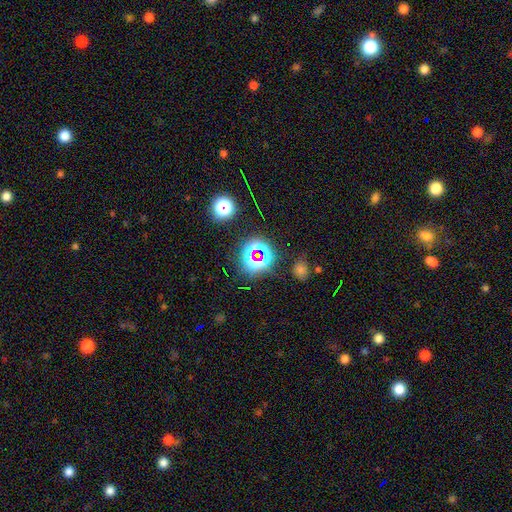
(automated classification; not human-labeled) A star or artifact, not a galaxy (71%).